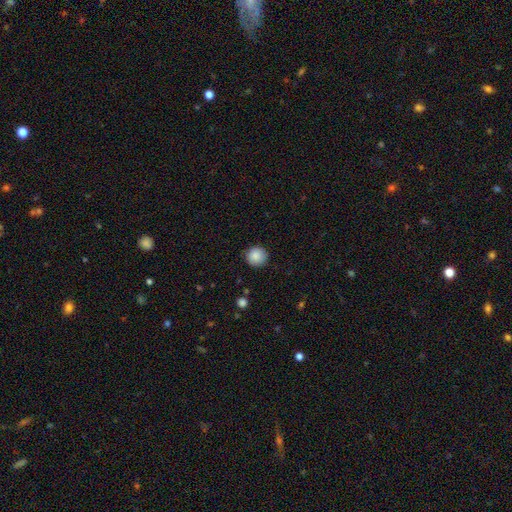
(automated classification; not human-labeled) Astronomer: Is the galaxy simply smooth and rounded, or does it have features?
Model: smooth — 87%.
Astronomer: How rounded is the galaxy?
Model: round — 94%.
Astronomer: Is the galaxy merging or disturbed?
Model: none — 88%.